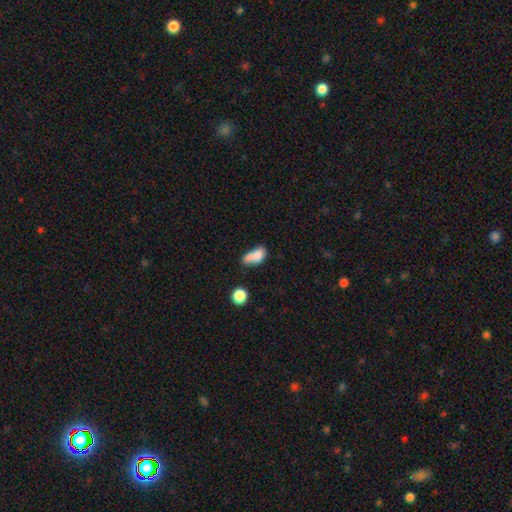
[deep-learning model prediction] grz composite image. It shows a smooth galaxy with no disk features (72%) that is in between round and cigar-shaped (79%). Merging: merger (40%).